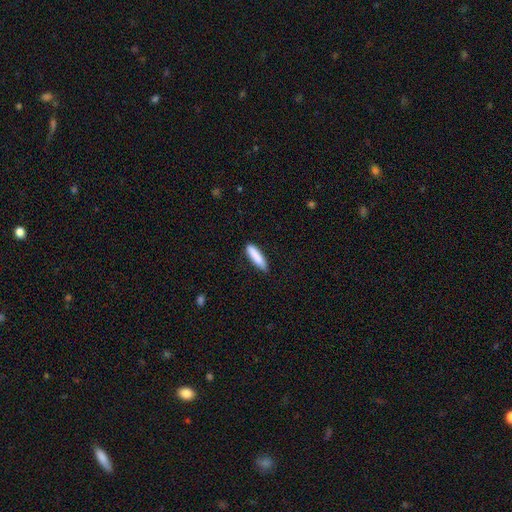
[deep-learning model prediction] Morphology: type=smooth (86%); roundness=cigar-shaped (74%); merging=none (79%).